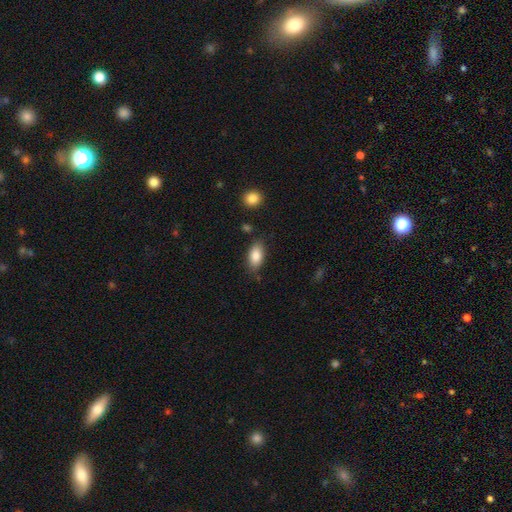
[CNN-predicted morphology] type=smooth (84%); roundness=in between (91%); merging=none (79%).